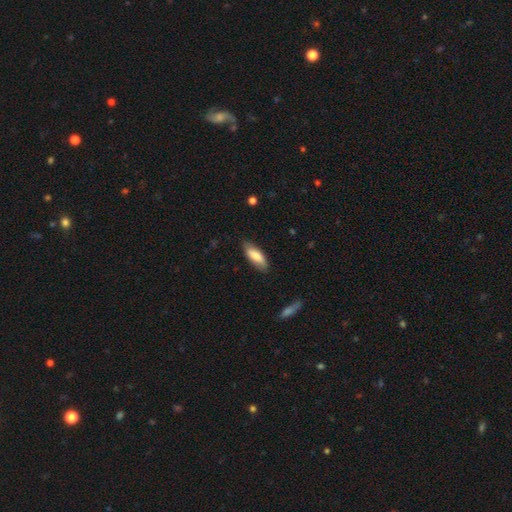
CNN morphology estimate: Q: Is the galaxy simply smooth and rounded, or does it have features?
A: smooth — 79%.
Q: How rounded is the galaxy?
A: in between — 70%.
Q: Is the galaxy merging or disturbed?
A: none — 78%.